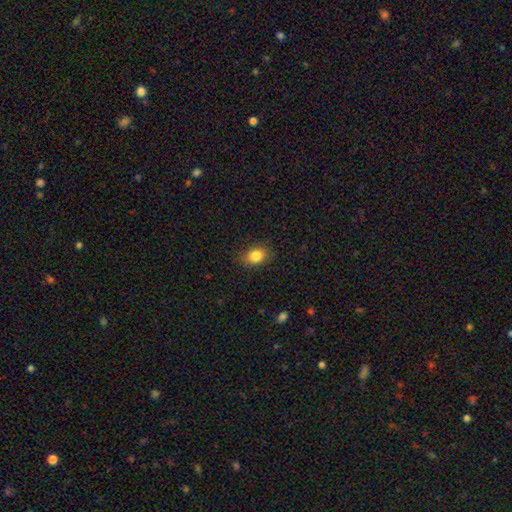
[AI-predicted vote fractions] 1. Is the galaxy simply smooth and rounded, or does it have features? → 84% smooth, 9% star or artifact, 6% featured or disk.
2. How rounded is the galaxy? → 69% in between, 30% round, 1% cigar-shaped.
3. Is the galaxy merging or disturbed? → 84% none, 12% minor disturbance, 3% major disturbance, 1% merger.